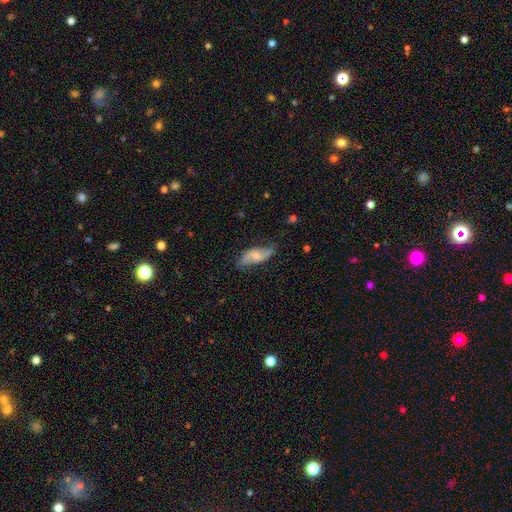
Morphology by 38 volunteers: Smooth or featured: smooth — 53% (featured or disk — 45%)
How rounded: in between — 75% (cigar-shaped — 15%)
Merging: none — 73% (minor disturbance — 22%)